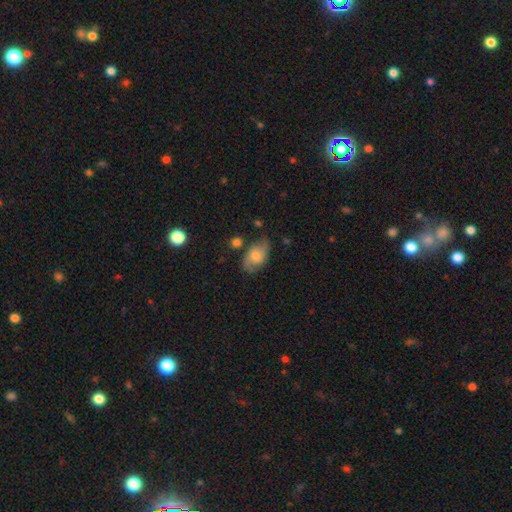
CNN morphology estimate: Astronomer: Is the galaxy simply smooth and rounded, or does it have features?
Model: smooth — 59%.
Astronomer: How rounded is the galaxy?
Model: in between — 90%.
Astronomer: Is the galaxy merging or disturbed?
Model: none — 63%.